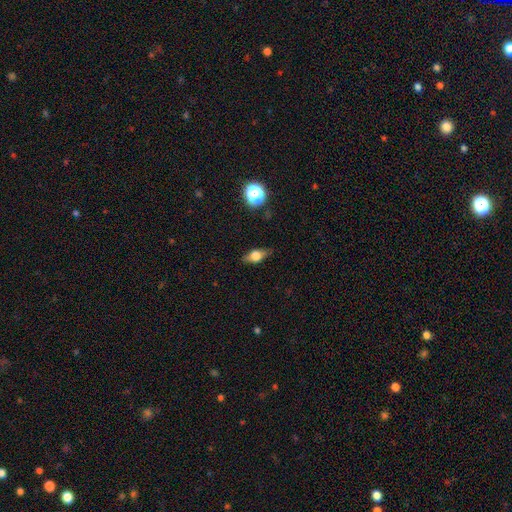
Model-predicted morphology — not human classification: This appears to be a smooth galaxy with no disk features (48%). Merging: none (79%).